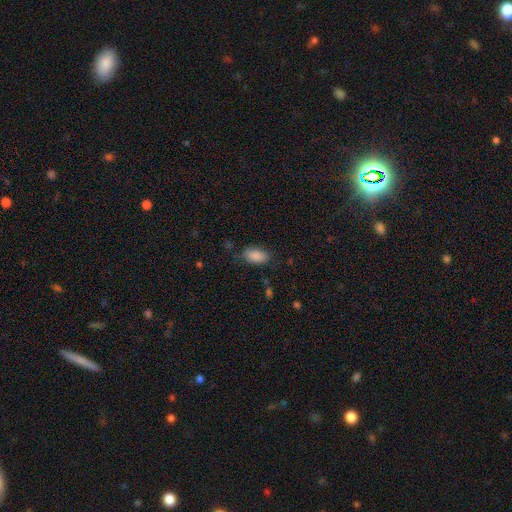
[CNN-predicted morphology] Smooth or featured? smooth (87%)
How rounded? in between (92%)
Merging? none (73%)